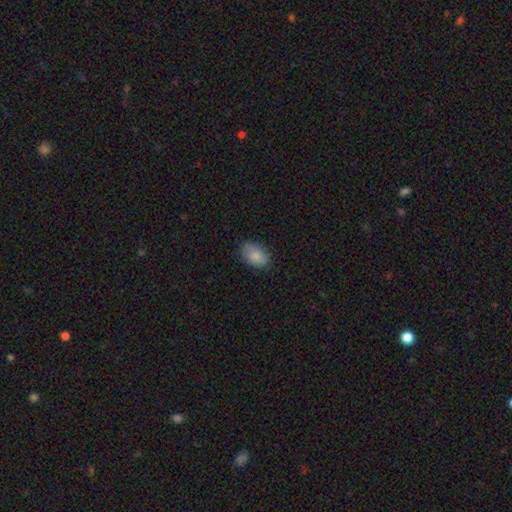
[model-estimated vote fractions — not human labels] smooth_or_featured: smooth (p=0.86) [alt: featured or disk p=0.07]
how_rounded: in between (p=0.89) [alt: round p=0.10]
merging: none (p=0.81) [alt: minor disturbance p=0.15]